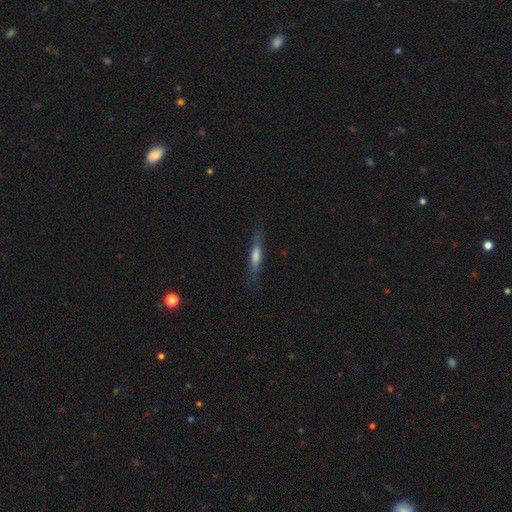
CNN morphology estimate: This is possibly a featured or disk galaxy (52%). It is clearly viewed edge-on (87%). Merging: clearly none (80%).